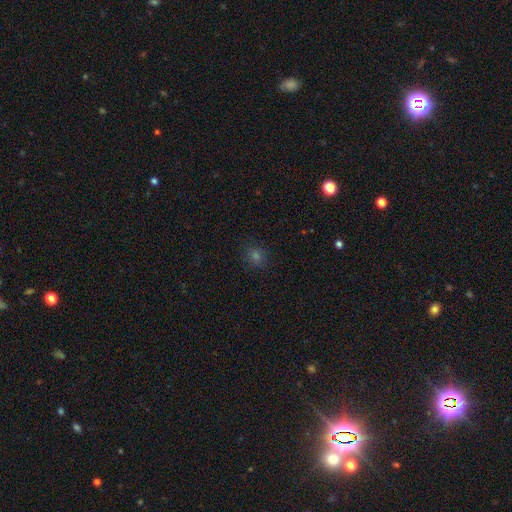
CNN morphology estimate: A smooth galaxy with no disk features (64%) that is round (81%). Merging: none (87%).